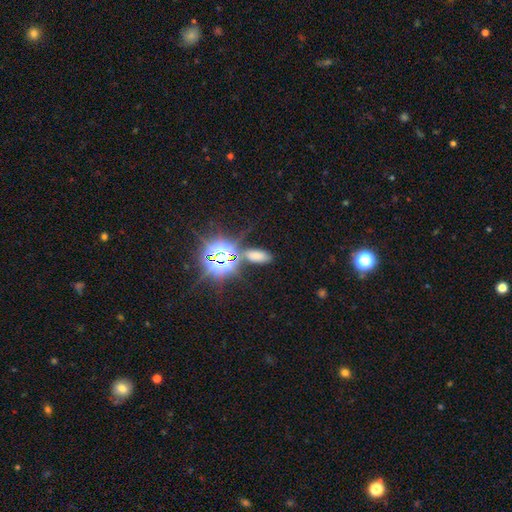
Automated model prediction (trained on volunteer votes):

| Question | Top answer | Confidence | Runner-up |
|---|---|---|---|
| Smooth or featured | smooth | 53% | star or artifact (38%) |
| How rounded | in between | 87% | cigar-shaped (8%) |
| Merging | none | 74% | minor disturbance (13%) |